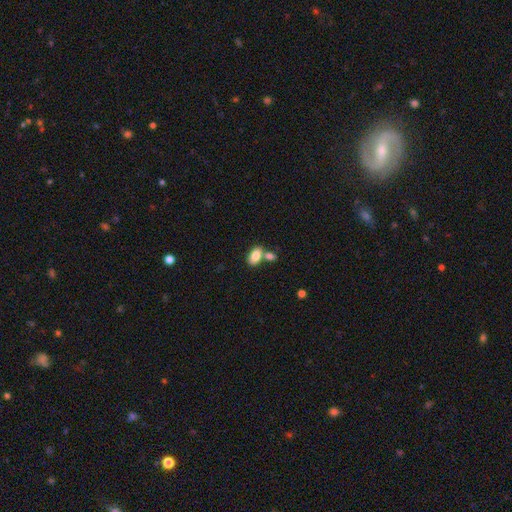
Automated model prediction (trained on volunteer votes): Smooth or featured? Predicted: smooth (p=0.84). How rounded? Predicted: in between (p=0.91). Merging? Predicted: none (p=0.48).